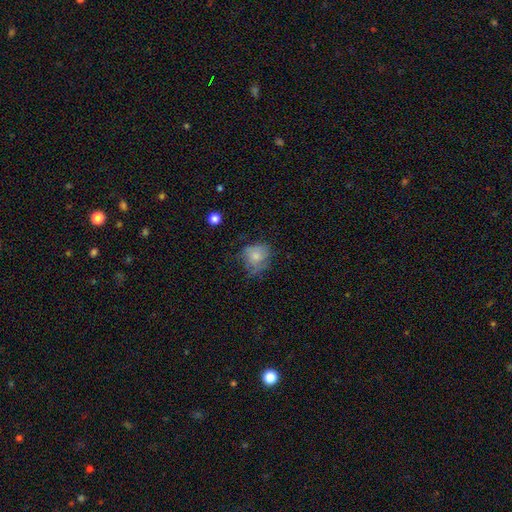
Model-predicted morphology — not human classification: A smooth galaxy with no disk features (65%) that is round (59%).

Vote fractions:
- Smooth or featured? smooth: 65% / featured or disk: 25% / star or artifact: 10%
- How rounded? round: 59% / in between: 40% / cigar-shaped: 1%
- Merging? none: 43% / minor disturbance: 31% / major disturbance: 24% / merger: 2%